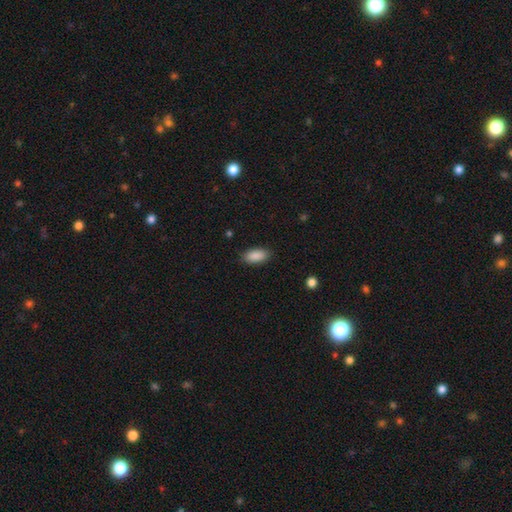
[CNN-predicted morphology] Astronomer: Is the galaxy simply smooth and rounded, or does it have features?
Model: smooth — 89%.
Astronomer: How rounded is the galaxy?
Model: in between — 91%.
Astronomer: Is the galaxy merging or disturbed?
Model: none — 87%.